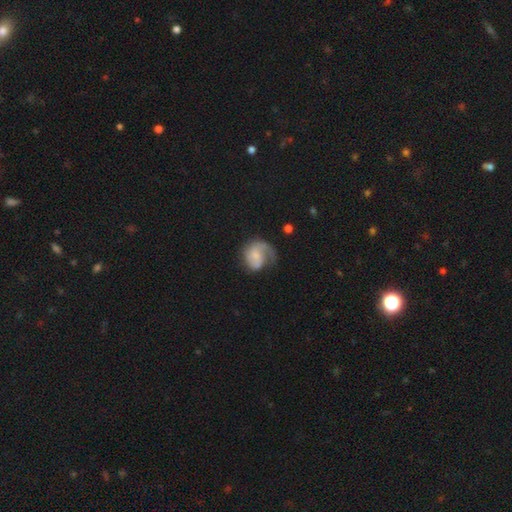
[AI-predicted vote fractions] This appears to be a featured or disk galaxy (61%) with no bar (56%), 1 (58%) medium (40%) spiral arms (87%) and a small central bulge (46%). Merging: none (42%).